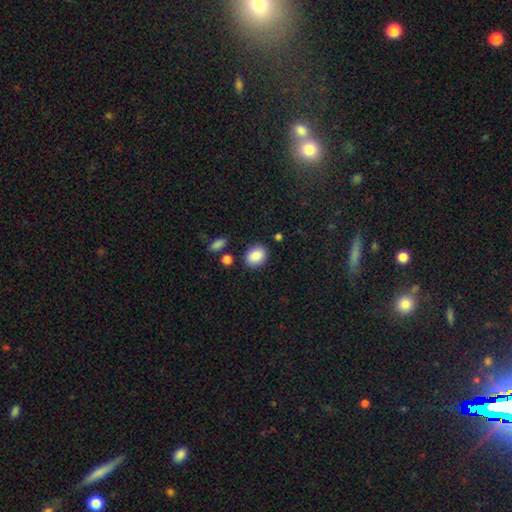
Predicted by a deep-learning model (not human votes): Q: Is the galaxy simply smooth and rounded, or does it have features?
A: smooth — 88%.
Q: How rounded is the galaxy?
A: in between — 65%.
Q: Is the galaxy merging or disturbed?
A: none — 84%.